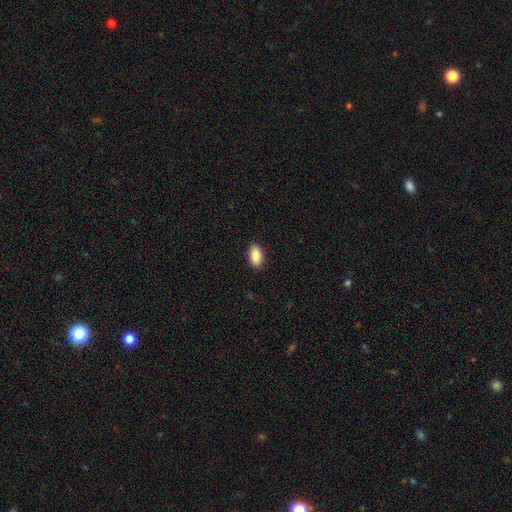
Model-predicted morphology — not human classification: Smooth or featured: smooth — 88% (star or artifact — 7%)
How rounded: in between — 93% (round — 5%)
Merging: none — 89% (minor disturbance — 8%)